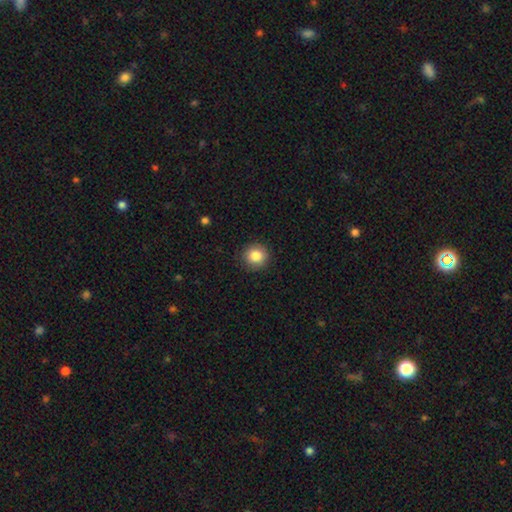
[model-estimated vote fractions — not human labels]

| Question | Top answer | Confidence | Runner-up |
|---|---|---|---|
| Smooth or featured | smooth | 85% | star or artifact (9%) |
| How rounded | round | 92% | in between (7%) |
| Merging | none | 91% | minor disturbance (6%) |